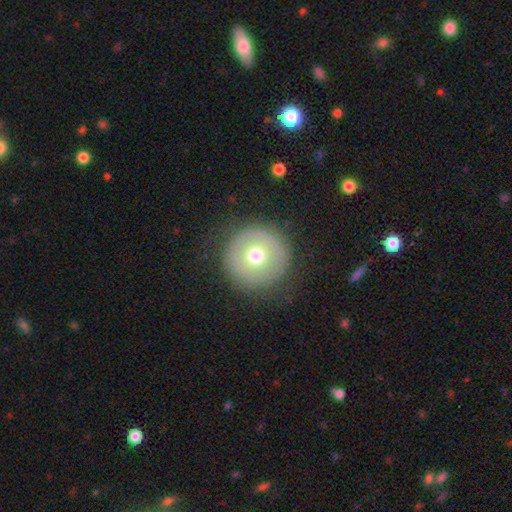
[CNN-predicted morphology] This is possibly a smooth galaxy (59%). How rounded: clearly round (96%). Merging: clearly none (83%).